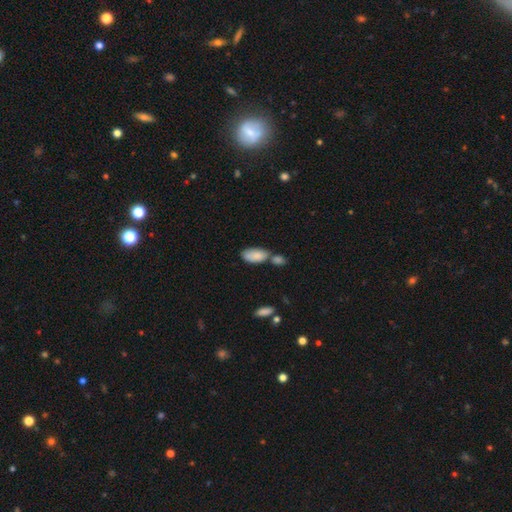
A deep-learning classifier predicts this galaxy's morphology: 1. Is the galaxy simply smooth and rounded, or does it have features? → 85% smooth, 8% featured or disk, 6% star or artifact.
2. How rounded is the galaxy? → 91% in between, 7% cigar-shaped, 2% round.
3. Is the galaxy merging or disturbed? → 41% none, 39% merger, 15% minor disturbance, 5% major disturbance.